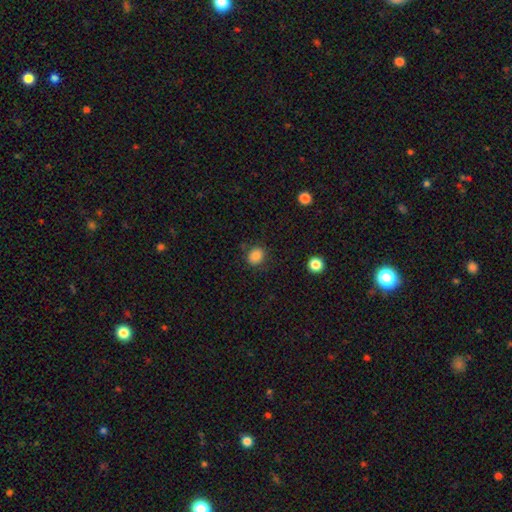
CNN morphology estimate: A smooth galaxy with no disk features (84%) that is round (68%).

Vote fractions:
- Smooth or featured? smooth: 84% / star or artifact: 11% / featured or disk: 5%
- How rounded? round: 68% / in between: 31% / cigar-shaped: 1%
- Merging? none: 82% / minor disturbance: 12% / major disturbance: 4% / merger: 2%